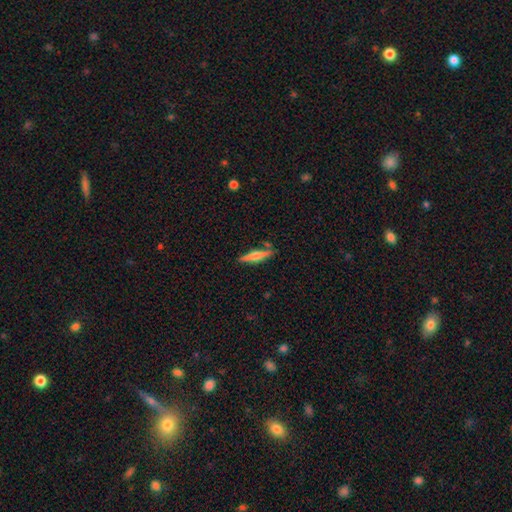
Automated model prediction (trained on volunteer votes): Morphology: type=featured or disk (50%); merging=none (82%).